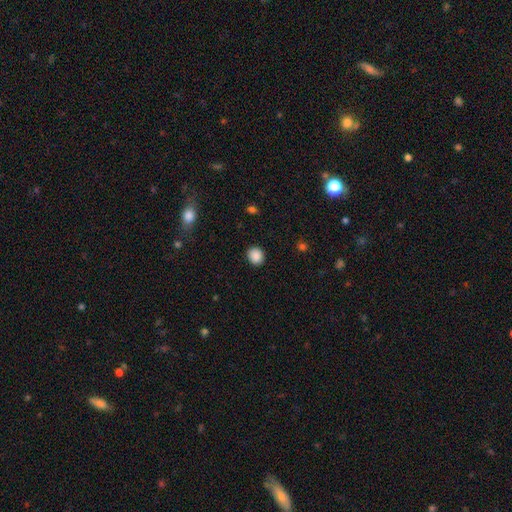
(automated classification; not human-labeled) Smooth or featured?
  - smooth: 88% *
  - star or artifact: 9%
  - featured or disk: 3%
How rounded?
  - round: 78% *
  - in between: 21%
  - cigar-shaped: 1%
Merging?
  - none: 90% *
  - minor disturbance: 7%
  - major disturbance: 2%
  - merger: 1%